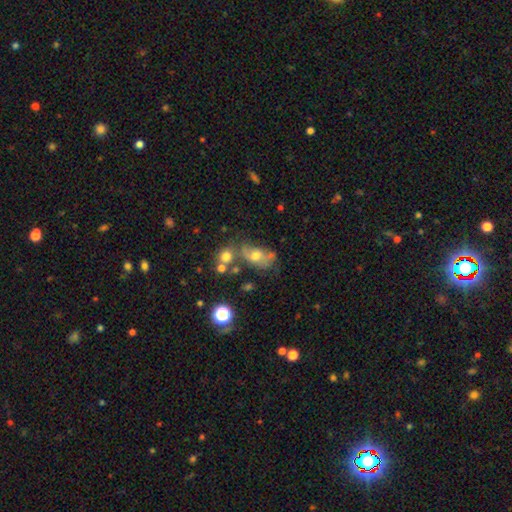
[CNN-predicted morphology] This appears to be a smooth galaxy with no disk features (56%) that is in between round and cigar-shaped (79%). Merging: none (36%).